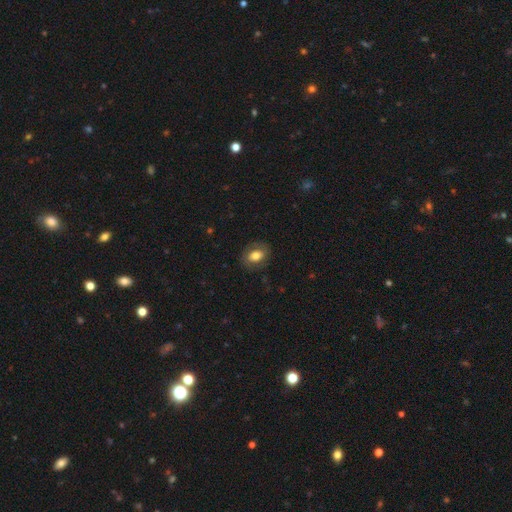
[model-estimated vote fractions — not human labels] A smooth galaxy with no disk features (69%) that is in between round and cigar-shaped (70%).

Vote fractions:
- Smooth or featured? smooth: 69% / featured or disk: 23% / star or artifact: 8%
- How rounded? in between: 70% / round: 29% / cigar-shaped: 1%
- Merging? none: 81% / minor disturbance: 13% / major disturbance: 6% / merger: 1%